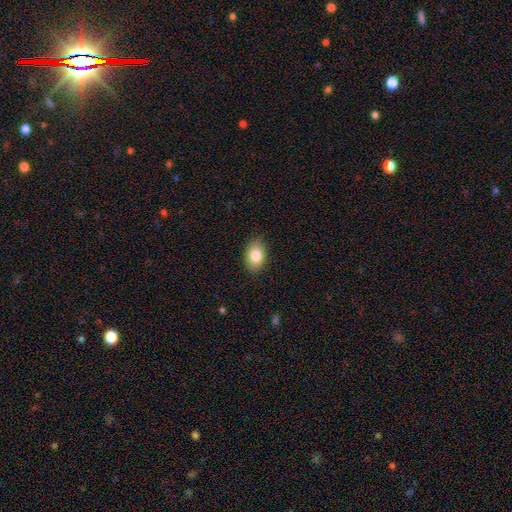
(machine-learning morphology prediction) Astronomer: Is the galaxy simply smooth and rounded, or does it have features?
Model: smooth — 84%.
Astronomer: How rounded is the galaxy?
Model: in between — 88%.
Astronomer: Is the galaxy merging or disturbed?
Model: none — 86%.